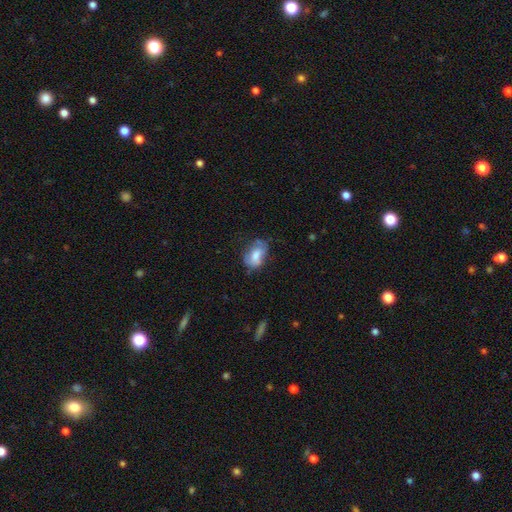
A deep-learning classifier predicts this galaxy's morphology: smooth_or_featured: smooth (p=0.65) [alt: featured or disk p=0.27]
how_rounded: in between (p=0.82) [alt: round p=0.17]
merging: none (p=0.49) [alt: minor disturbance p=0.33]